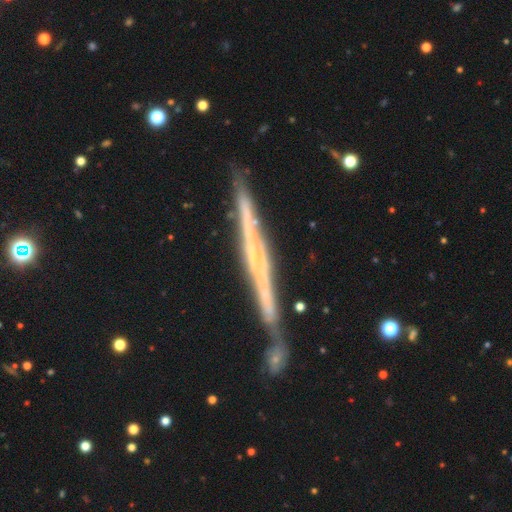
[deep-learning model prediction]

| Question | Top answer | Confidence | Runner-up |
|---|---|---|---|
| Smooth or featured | featured or disk | 73% | smooth (19%) |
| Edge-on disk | yes | 96% | no (4%) |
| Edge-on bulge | none | 74% | rounded (16%) |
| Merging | none | 76% | minor disturbance (13%) |